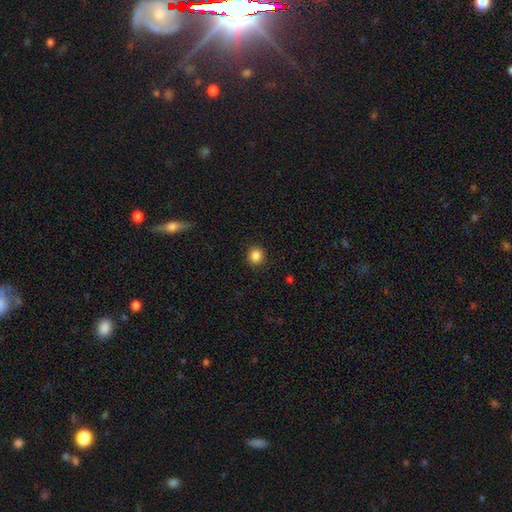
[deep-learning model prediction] smooth 86%, star or artifact 10%, featured or disk 4%. Down the decision tree: how rounded — round (88%); merging — none (92%).